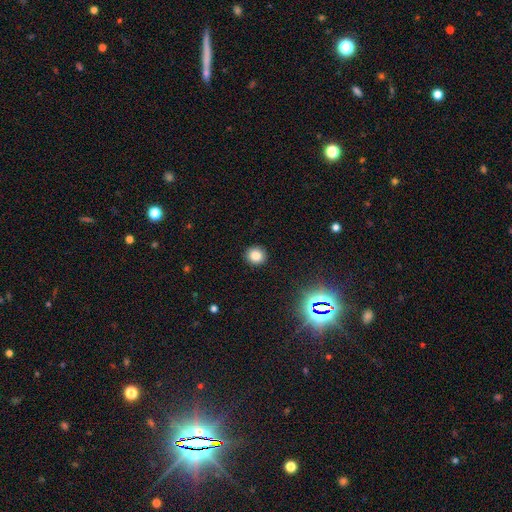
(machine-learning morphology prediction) smooth-or-featured: smooth: 81% | star or artifact: 14% | featured or disk: 5%
  how-rounded: round: 90% | in between: 9% | cigar-shaped: 1%
  merging: none: 92% | minor disturbance: 5% | major disturbance: 2% | merger: 1%